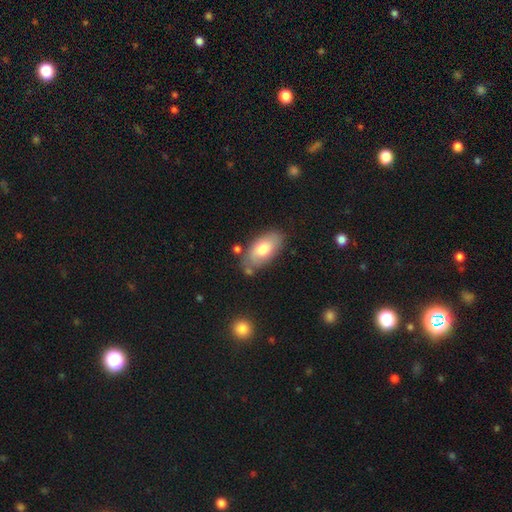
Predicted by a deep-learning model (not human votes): A smooth galaxy with no disk features (73%) that is in between round and cigar-shaped (93%). Merging: none (71%).